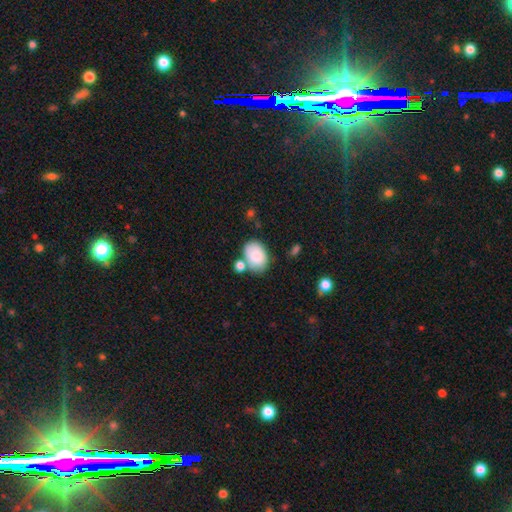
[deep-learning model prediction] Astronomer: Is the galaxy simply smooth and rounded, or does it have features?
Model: smooth — 84%.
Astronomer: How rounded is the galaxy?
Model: in between — 82%.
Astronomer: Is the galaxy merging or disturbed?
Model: none — 59%.